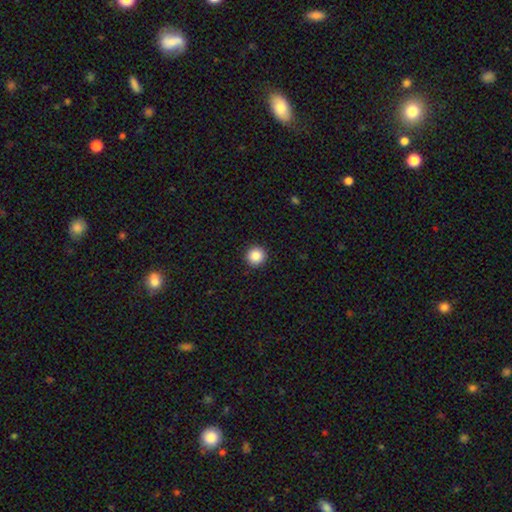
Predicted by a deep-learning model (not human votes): A smooth galaxy with no disk features (86%) that is round (96%).

Vote fractions:
- Smooth or featured? smooth: 86% / star or artifact: 10% / featured or disk: 4%
- How rounded? round: 96% / in between: 3% / cigar-shaped: 1%
- Merging? none: 93% / minor disturbance: 5% / major disturbance: 2% / merger: 1%